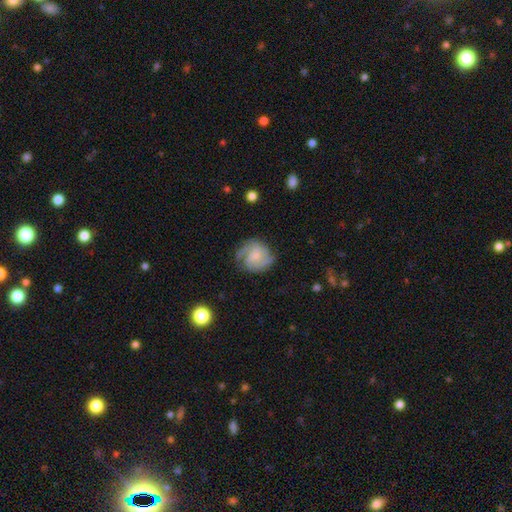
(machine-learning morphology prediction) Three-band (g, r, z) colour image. It shows a featured or disk galaxy (67%) with no bar (59%), 2 (38%) medium (43%) spiral arms (93%) and a small central bulge (38%). Merging: none (68%).